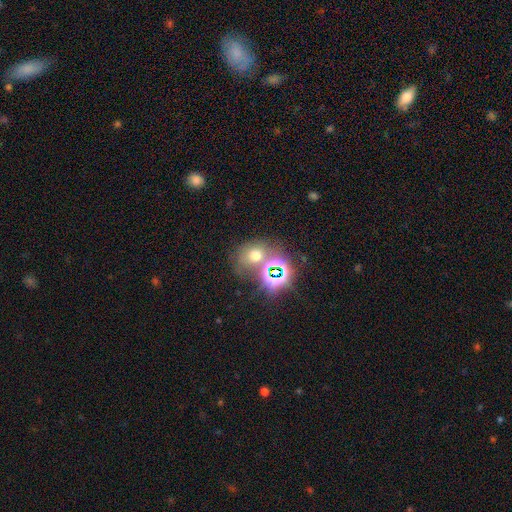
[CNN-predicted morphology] Smooth or featured: smooth — 53% (star or artifact — 35%)
How rounded: round — 61% (in between — 38%)
Merging: none — 52% (merger — 29%)